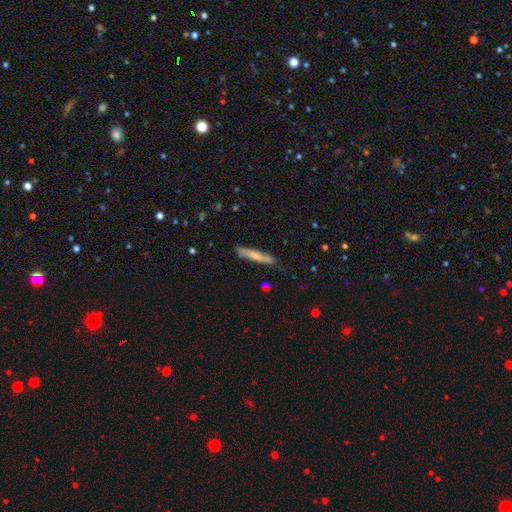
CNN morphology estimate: smooth-or-featured: smooth: 65% | featured or disk: 29% | star or artifact: 6%
  how-rounded: cigar-shaped: 93% | in between: 5% | round: 1%
  merging: none: 82% | minor disturbance: 14% | major disturbance: 2% | merger: 2%